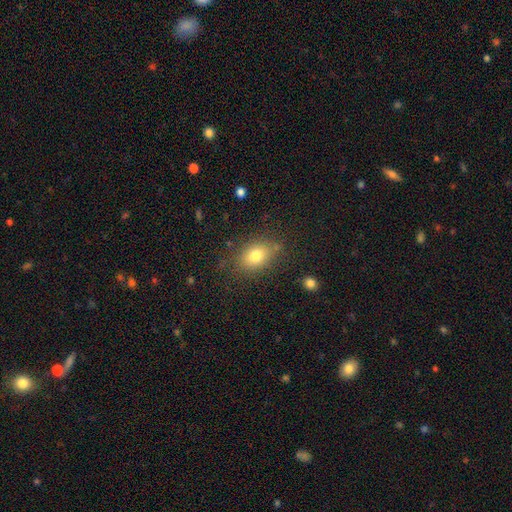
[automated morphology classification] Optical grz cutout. It shows a smooth galaxy with no disk features (78%) that is in between round and cigar-shaped (72%). Merging: none (77%).